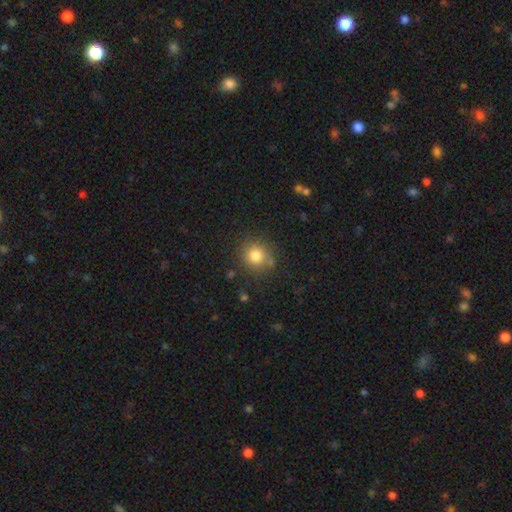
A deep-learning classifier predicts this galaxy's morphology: The model was most divided on "merging": none: 78%, minor disturbance: 13%, merger: 4%, major disturbance: 4%. More confident: how rounded — round (88%); smooth or featured — smooth (81%).